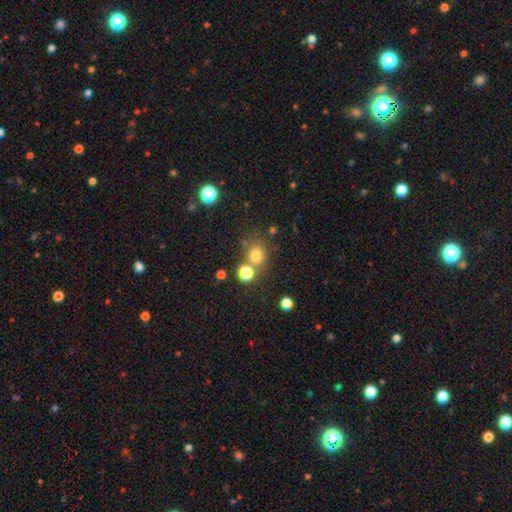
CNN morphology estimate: type=smooth (75%); roundness=round (71%); merging=none (67%).